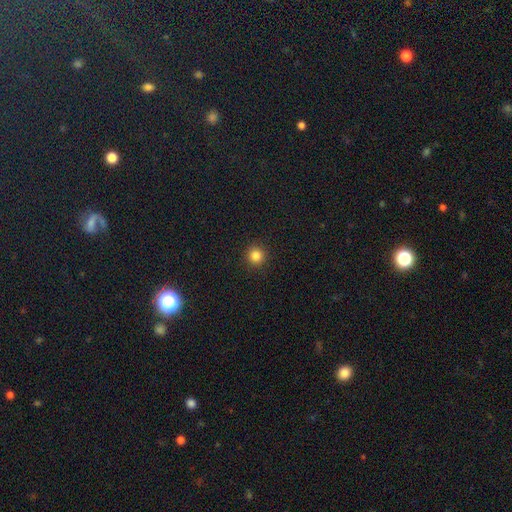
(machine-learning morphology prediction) type=smooth (84%); roundness=round (95%); merging=none (93%).